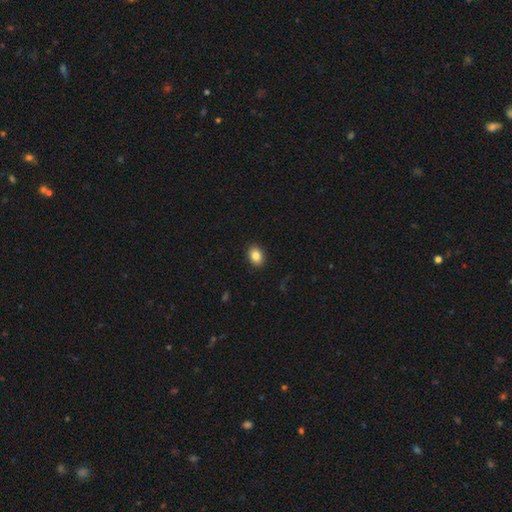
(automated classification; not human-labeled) Overall: smooth (85%). How rounded: in between (66%; round 33%). Merging: none (90%).